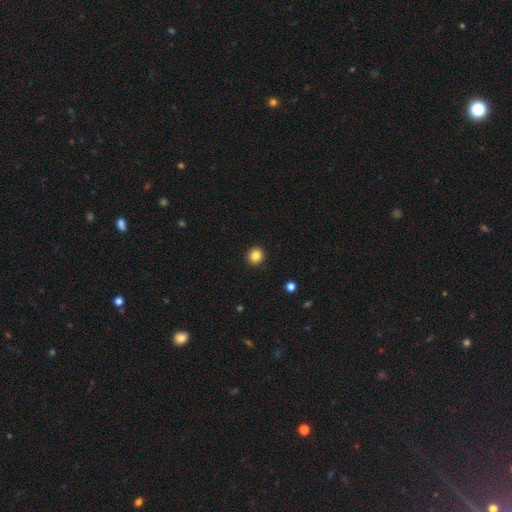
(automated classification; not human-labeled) This appears to be a smooth galaxy with no disk features (85%) that is round (92%). Merging: none (93%).